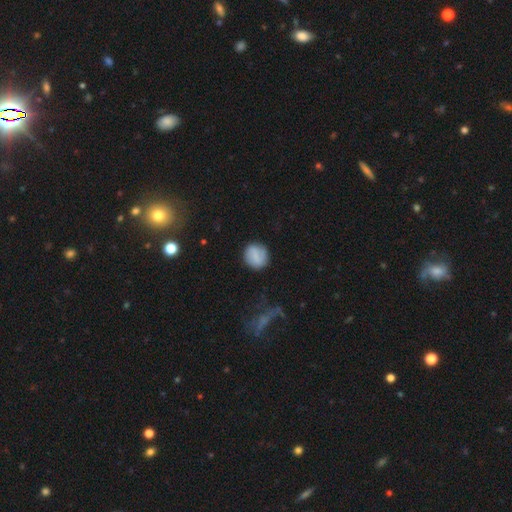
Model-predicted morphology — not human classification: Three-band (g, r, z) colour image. It shows a smooth galaxy with no disk features (73%) that is round (83%). Merging: none (82%).